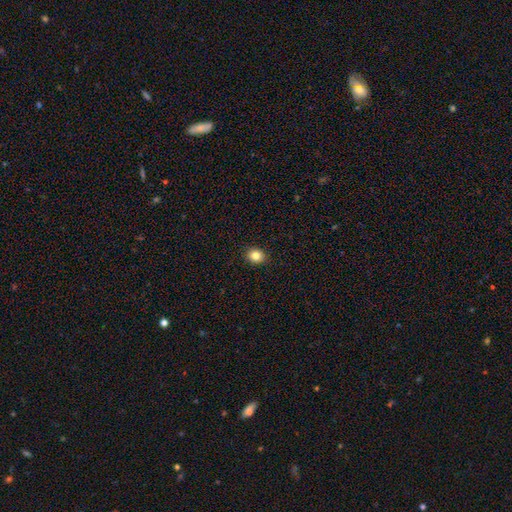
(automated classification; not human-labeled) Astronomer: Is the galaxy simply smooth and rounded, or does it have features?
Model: smooth — 84%.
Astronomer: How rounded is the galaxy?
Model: round — 62%.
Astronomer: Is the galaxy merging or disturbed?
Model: none — 91%.